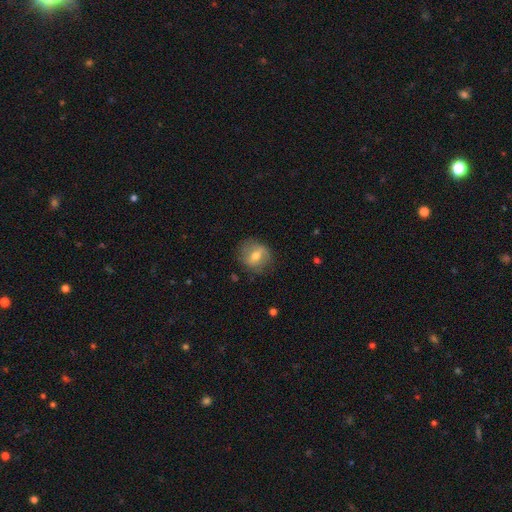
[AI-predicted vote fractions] smooth_or_featured: smooth (p=0.54) [alt: featured or disk p=0.37]
how_rounded: round (p=0.72) [alt: in between p=0.26]
merging: none (p=0.77) [alt: minor disturbance p=0.16]